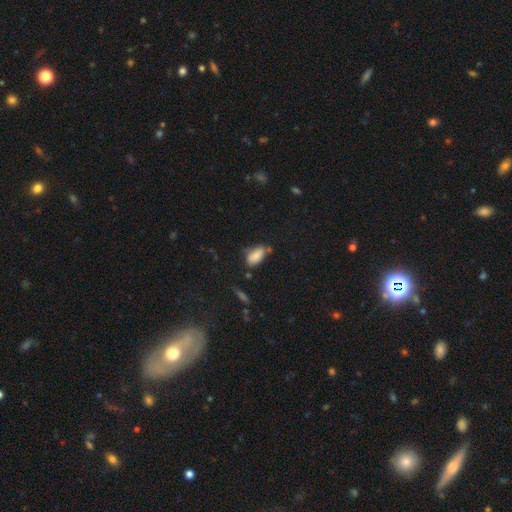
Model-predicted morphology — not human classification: smooth-or-featured: smooth: 83% | featured or disk: 8% | star or artifact: 8%
  how-rounded: in between: 91% | cigar-shaped: 5% | round: 4%
  merging: none: 56% | minor disturbance: 27% | merger: 9% | major disturbance: 7%